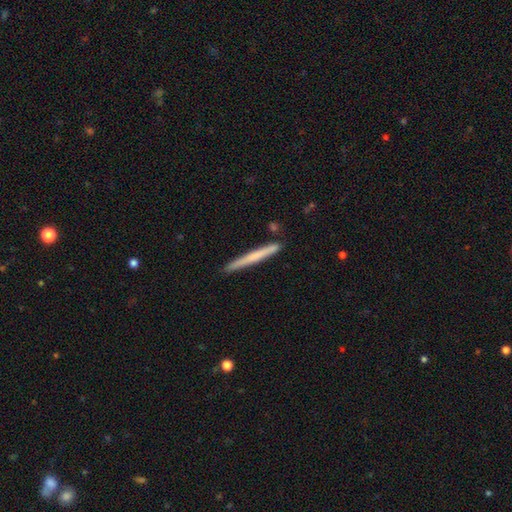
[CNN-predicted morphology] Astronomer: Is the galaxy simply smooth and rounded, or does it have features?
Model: smooth — 59% (runner-up: featured or disk, 36%).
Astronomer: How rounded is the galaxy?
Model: cigar-shaped — 97%.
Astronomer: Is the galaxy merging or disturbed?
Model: none — 86%.